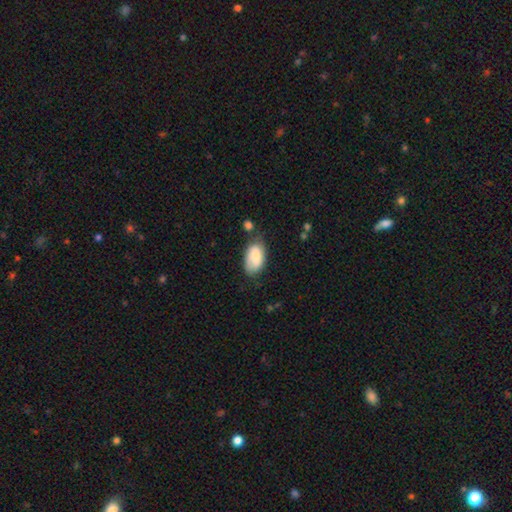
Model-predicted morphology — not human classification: Smooth or featured: smooth — 74% (featured or disk — 20%)
How rounded: in between — 94% (round — 4%)
Merging: none — 55% (minor disturbance — 31%)